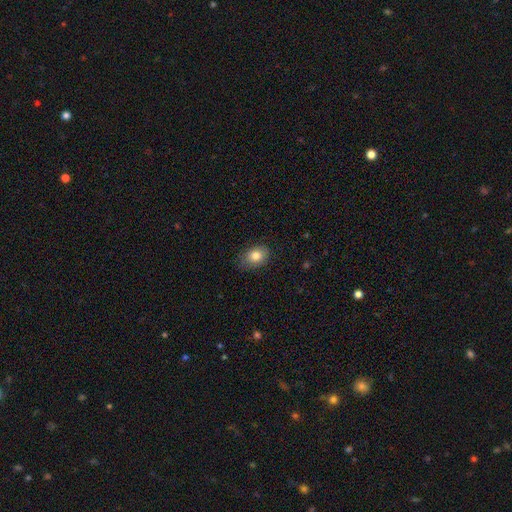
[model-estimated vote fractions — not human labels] Overall: smooth (82%). How rounded: in between (75%). Merging: none (80%).